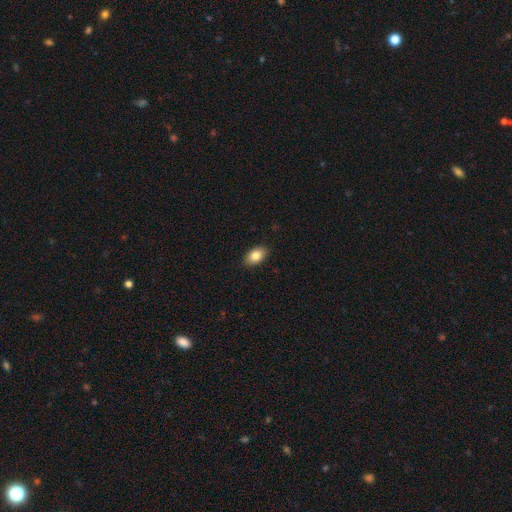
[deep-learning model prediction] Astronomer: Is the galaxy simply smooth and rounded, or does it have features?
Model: smooth — 84%.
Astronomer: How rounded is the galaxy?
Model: in between — 91%.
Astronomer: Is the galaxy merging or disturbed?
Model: none — 89%.